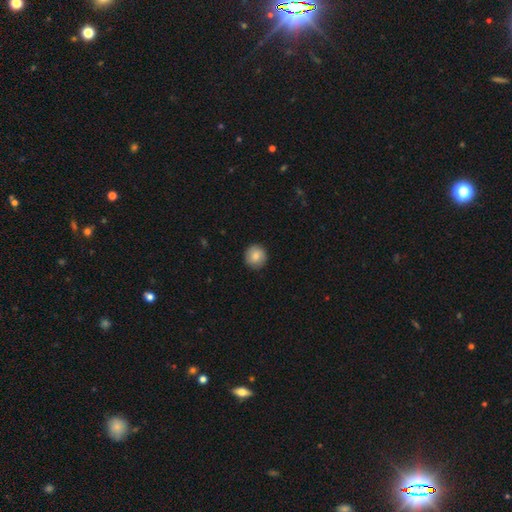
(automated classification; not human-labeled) Smooth or featured: smooth — 82% (featured or disk — 11%)
How rounded: round — 93% (in between — 6%)
Merging: none — 89% (minor disturbance — 8%)